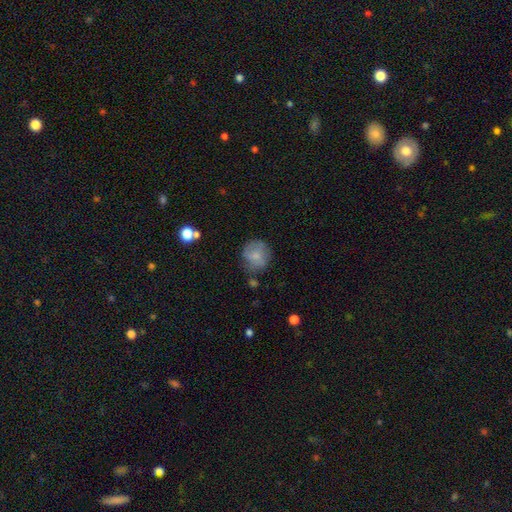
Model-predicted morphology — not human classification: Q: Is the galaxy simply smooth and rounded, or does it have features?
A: smooth — 73%.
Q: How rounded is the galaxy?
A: round — 84%.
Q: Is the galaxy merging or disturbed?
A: none — 62%.